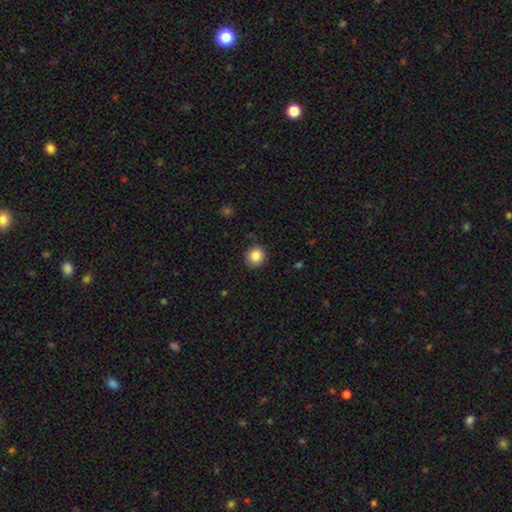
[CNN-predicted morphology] This is clearly a smooth galaxy (86%). How rounded: clearly round (88%). Merging: clearly none (86%).